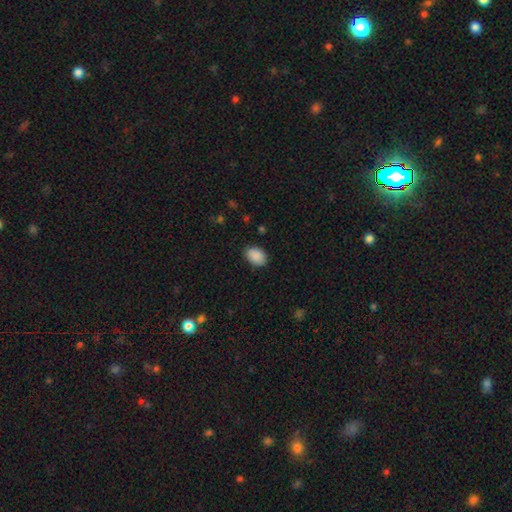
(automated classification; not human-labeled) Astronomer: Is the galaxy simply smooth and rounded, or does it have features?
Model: smooth — 90%.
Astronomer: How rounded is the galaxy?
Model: in between — 82%.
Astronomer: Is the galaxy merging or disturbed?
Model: none — 84%.